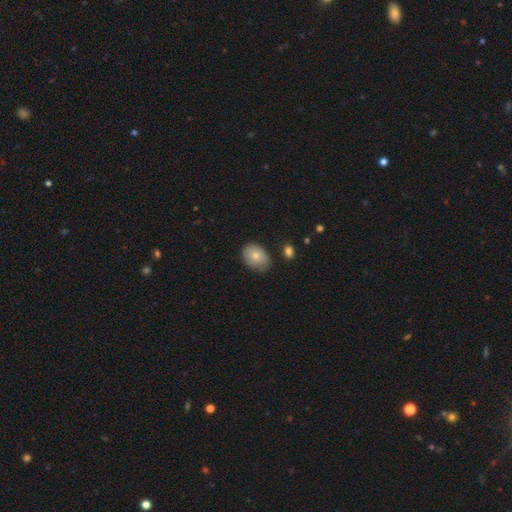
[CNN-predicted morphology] Overall: smooth (80%). How rounded: in between (75%). Merging: none (70%).